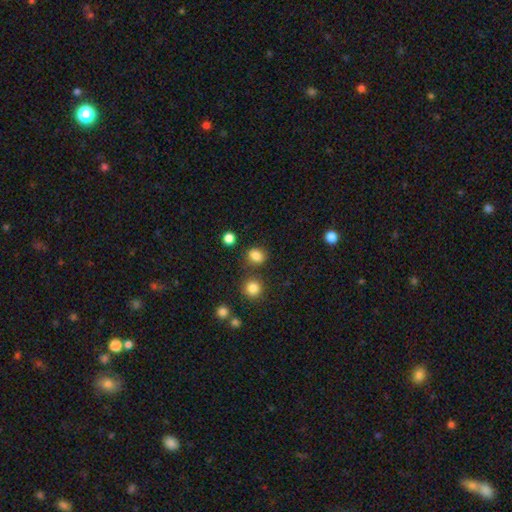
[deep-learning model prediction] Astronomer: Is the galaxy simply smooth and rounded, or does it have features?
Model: smooth — 83%.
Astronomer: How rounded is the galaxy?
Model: round — 56% (runner-up: in between, 43%).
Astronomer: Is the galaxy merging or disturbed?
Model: none — 78%.